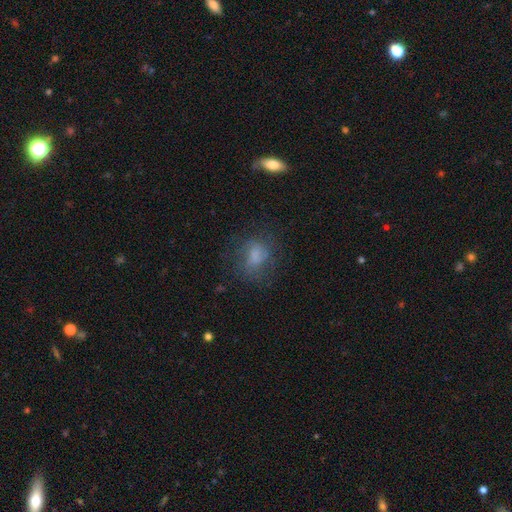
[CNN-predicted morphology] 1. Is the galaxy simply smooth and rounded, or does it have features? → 62% smooth, 24% featured or disk, 14% star or artifact.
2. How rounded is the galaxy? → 58% in between, 39% round, 2% cigar-shaped.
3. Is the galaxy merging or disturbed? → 59% none, 21% minor disturbance, 18% major disturbance, 2% merger.